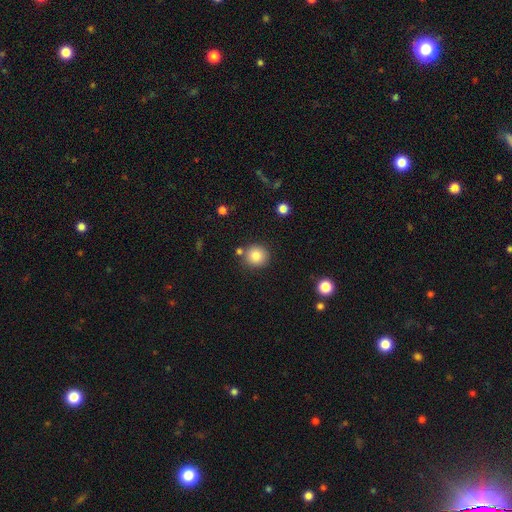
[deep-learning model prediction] Q: Smooth or featured?
A: smooth (84%); runner-up: star or artifact (10%)
Q: How rounded?
A: round (92%); runner-up: in between (7%)
Q: Merging?
A: none (81%); runner-up: minor disturbance (8%)